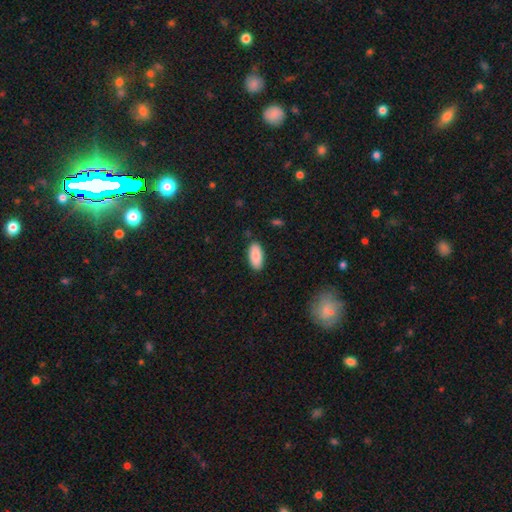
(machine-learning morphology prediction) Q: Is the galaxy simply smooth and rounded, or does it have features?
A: smooth — 87%.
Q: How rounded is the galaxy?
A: in between — 90%.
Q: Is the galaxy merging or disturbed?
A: none — 87%.